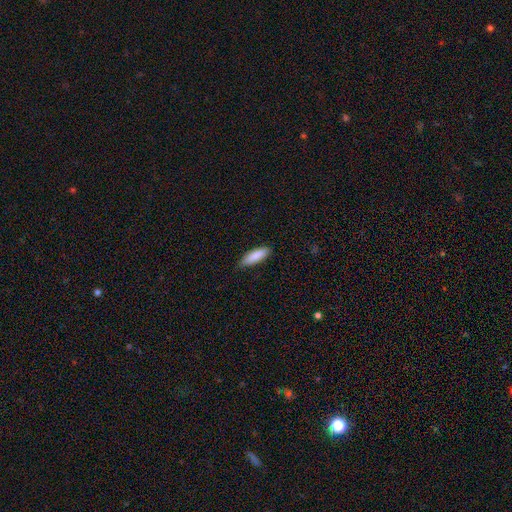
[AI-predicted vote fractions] Smooth or featured?
  - smooth: 88% *
  - featured or disk: 7%
  - star or artifact: 6%
How rounded?
  - in between: 54% *
  - cigar-shaped: 45%
  - round: 1%
Merging?
  - none: 82% *
  - minor disturbance: 15%
  - major disturbance: 2%
  - merger: 1%